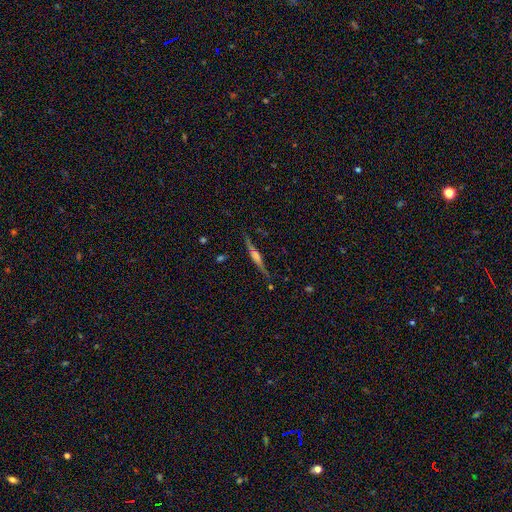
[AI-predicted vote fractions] featured or disk 72%, smooth 20%, star or artifact 8%. Down the decision tree: edge-on disk — yes (97%); edge-on bulge — rounded (69%); merging — none (82%).